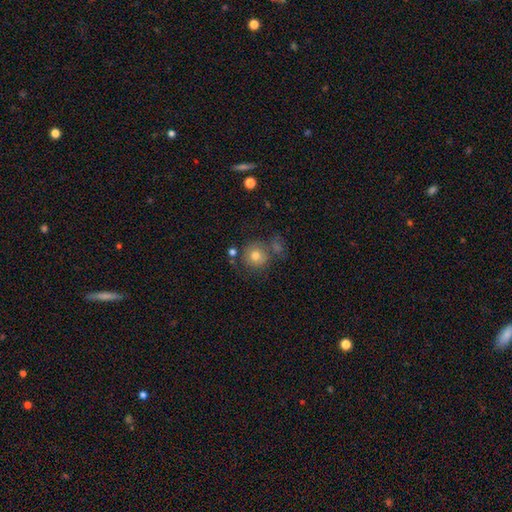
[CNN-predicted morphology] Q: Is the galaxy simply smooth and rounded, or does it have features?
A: smooth — 75%.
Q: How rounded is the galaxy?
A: round — 90%.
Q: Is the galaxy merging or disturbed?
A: none — 66%.